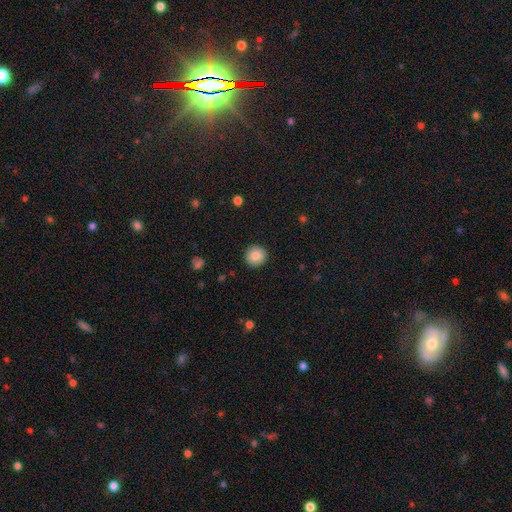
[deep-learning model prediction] A smooth galaxy with no disk features (86%) that is round (94%). Merging: none (92%).